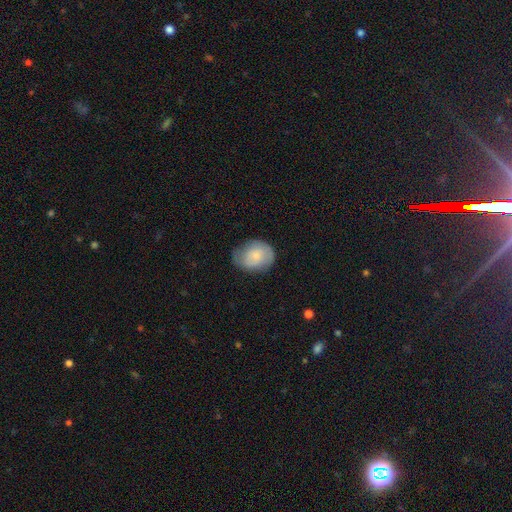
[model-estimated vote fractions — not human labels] Overall: smooth (71%). How rounded: in between (56%; round 43%). Merging: none (54%; minor disturbance 34%).